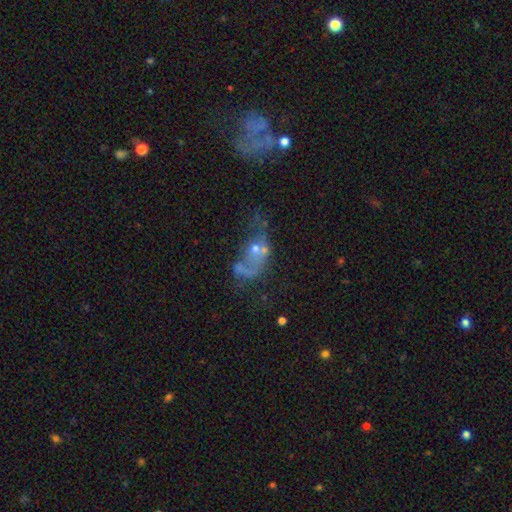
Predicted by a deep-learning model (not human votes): Smooth or featured? featured or disk (49%)
Merging? major disturbance (37%)